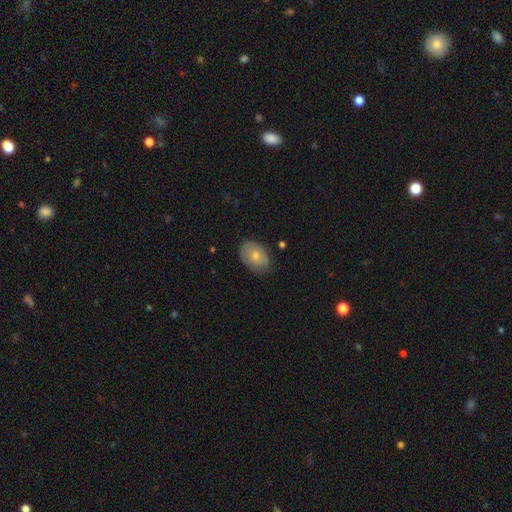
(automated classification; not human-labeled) Overall: smooth (64%; featured or disk 29%). How rounded: in between (82%). Merging: none (71%).